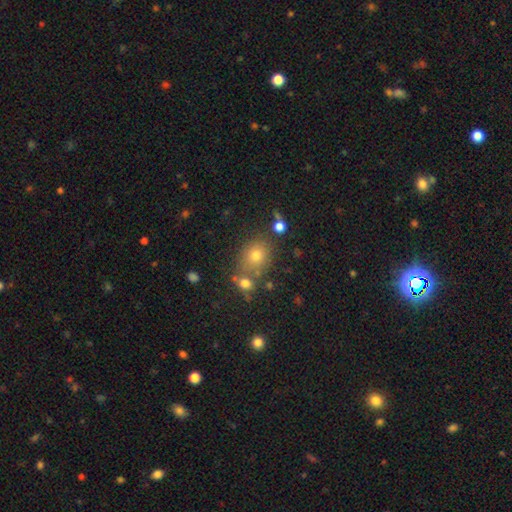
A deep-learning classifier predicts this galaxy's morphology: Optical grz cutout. It shows a smooth galaxy with no disk features (69%) that is round (67%). Merging: none (69%).